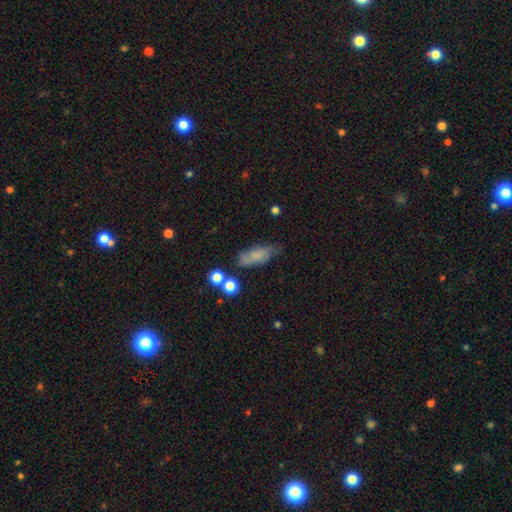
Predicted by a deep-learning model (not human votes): Morphology: type=smooth (63%); roundness=in between (70%); merging=none (55%).